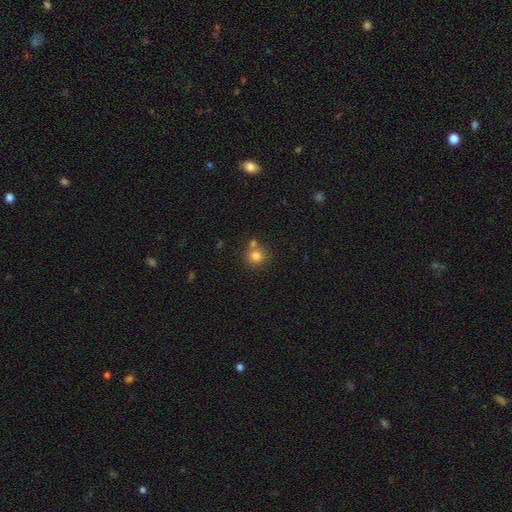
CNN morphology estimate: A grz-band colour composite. It shows a smooth galaxy with no disk features (80%) that is round (89%). Merging: none (62%).